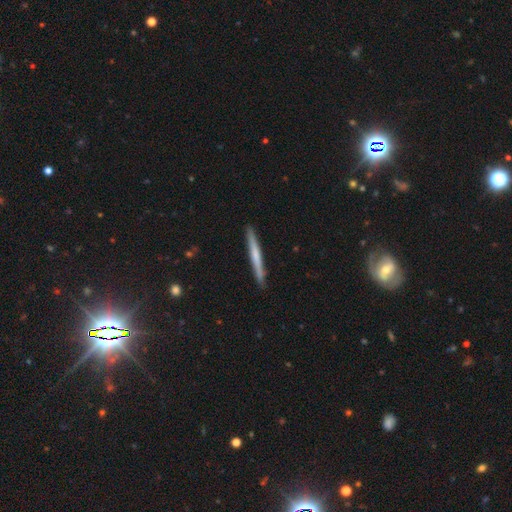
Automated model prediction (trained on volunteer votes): smooth 54%, featured or disk 41%, star or artifact 5%. Down the decision tree: how rounded — cigar-shaped (97%); merging — none (91%).